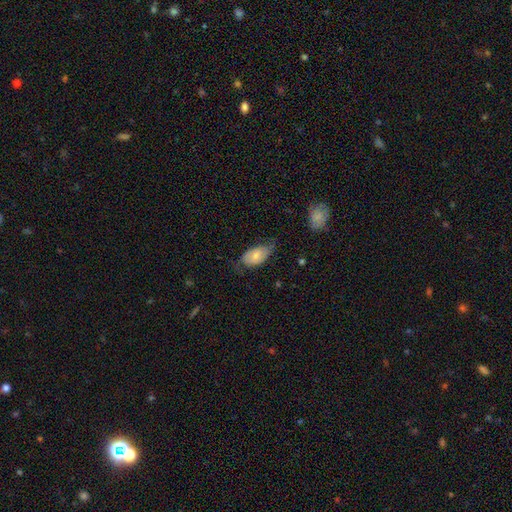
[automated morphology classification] smooth_or_featured: smooth (p=0.54) [alt: featured or disk p=0.40]
how_rounded: in between (p=0.92) [alt: round p=0.05]
merging: none (p=0.46) [alt: minor disturbance p=0.35]